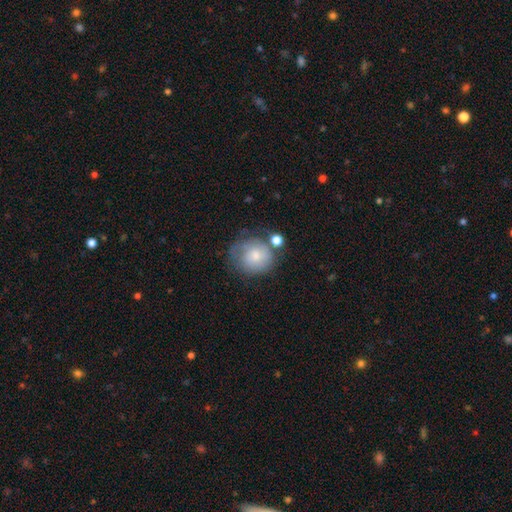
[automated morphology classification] This is likely a smooth galaxy (68%). How rounded: likely round (80%). Merging: possibly none (47%).